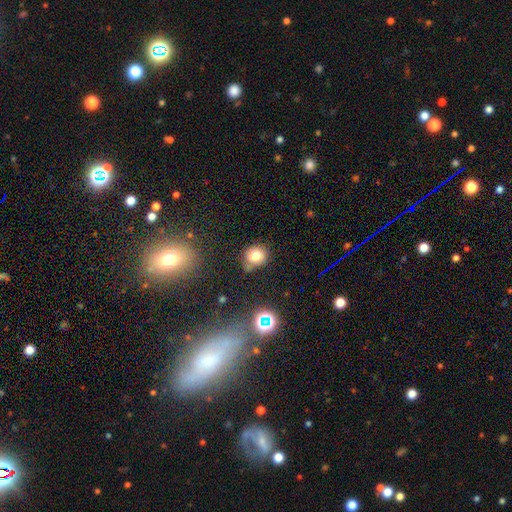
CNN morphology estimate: A smooth galaxy with no disk features (77%) that is round (74%).

Vote fractions:
- Smooth or featured? smooth: 77% / star or artifact: 14% / featured or disk: 9%
- How rounded? round: 74% / in between: 25% / cigar-shaped: 1%
- Merging? none: 61% / minor disturbance: 24% / merger: 9% / major disturbance: 6%